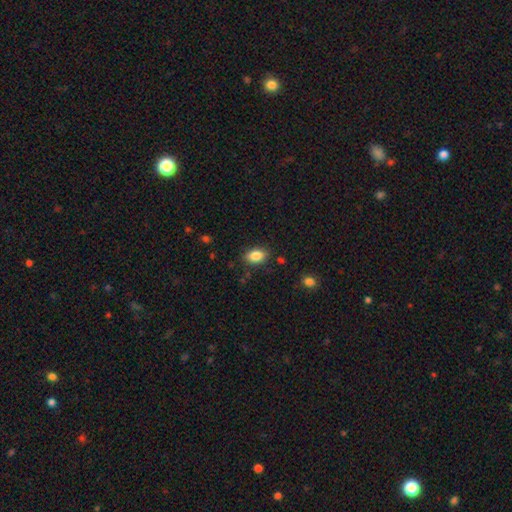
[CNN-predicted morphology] Overall: smooth (86%). How rounded: in between (88%). Merging: none (85%).